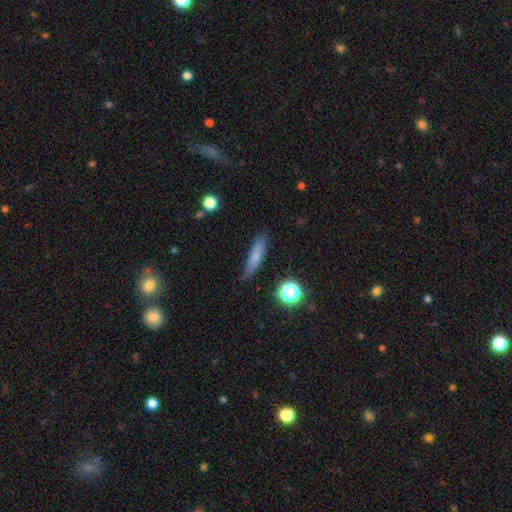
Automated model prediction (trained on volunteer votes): smooth 74%, featured or disk 17%, star or artifact 10%. Down the decision tree: how rounded — cigar-shaped (82%); merging — none (80%).